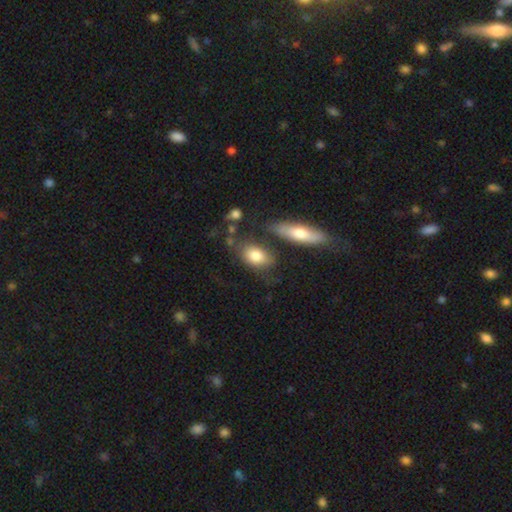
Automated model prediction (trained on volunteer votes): Smooth or featured? smooth (78%)
How rounded? in between (82%)
Merging? none (59%)